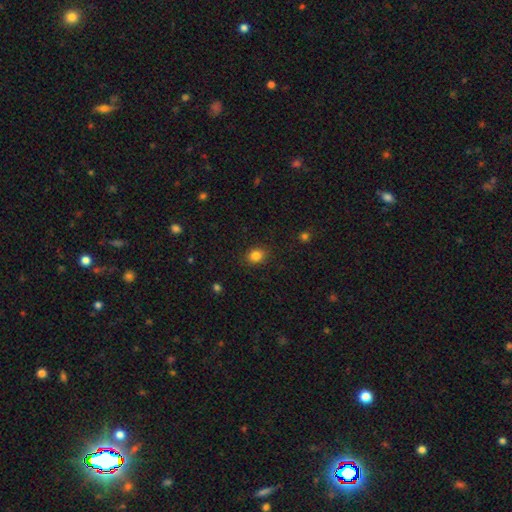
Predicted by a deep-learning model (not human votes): Smooth or featured: smooth — 84% (star or artifact — 11%)
How rounded: round — 57% (in between — 42%)
Merging: none — 88% (minor disturbance — 9%)